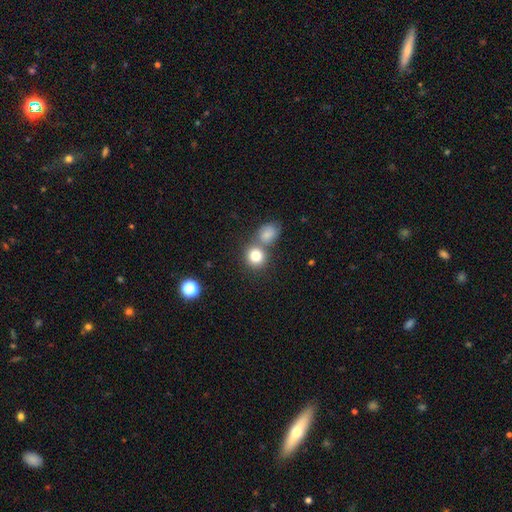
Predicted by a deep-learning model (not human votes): This appears to be a smooth galaxy with no disk features (81%) that is round (82%). Merging: none (53%).